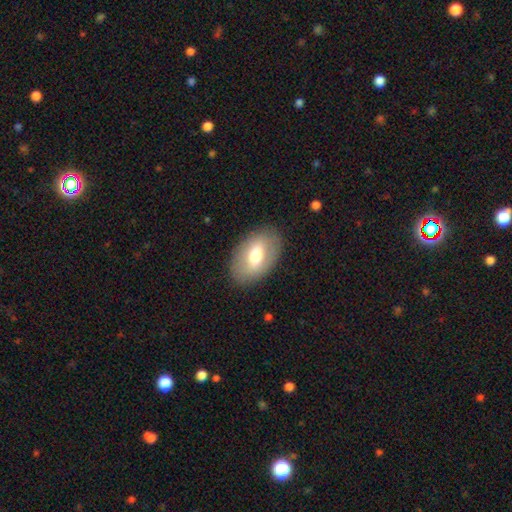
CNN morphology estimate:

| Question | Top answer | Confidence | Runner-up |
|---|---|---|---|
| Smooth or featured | smooth | 62% | featured or disk (31%) |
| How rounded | in between | 90% | round (9%) |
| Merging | none | 85% | minor disturbance (10%) |